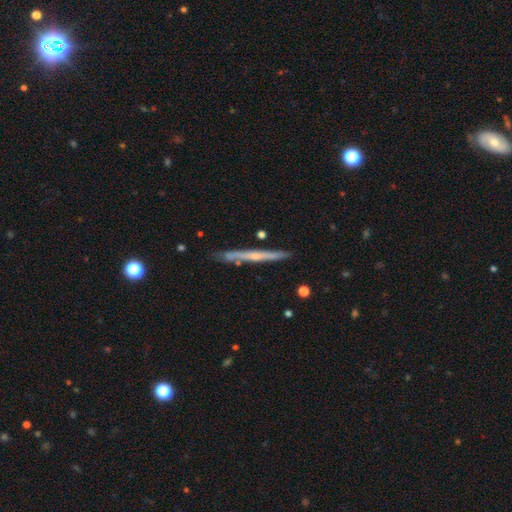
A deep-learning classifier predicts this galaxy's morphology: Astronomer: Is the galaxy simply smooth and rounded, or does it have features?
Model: featured or disk — 65%.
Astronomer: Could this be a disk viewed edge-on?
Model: yes — 96%.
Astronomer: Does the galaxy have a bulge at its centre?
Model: none — 49% (runner-up: rounded, 46%).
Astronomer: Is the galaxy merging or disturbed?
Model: none — 84%.